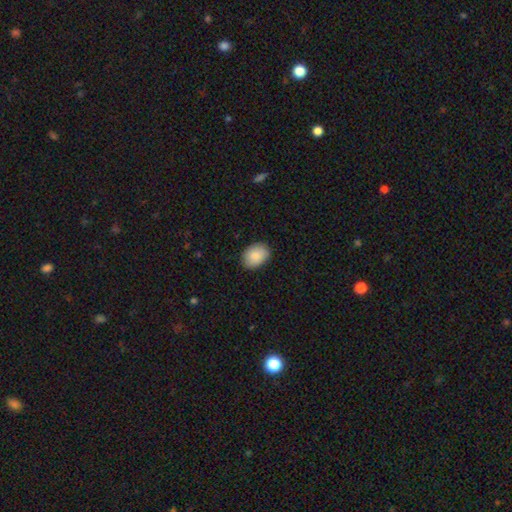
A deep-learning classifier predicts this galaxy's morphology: A smooth galaxy with no disk features (89%) that is in between round and cigar-shaped (73%). Merging: none (87%).